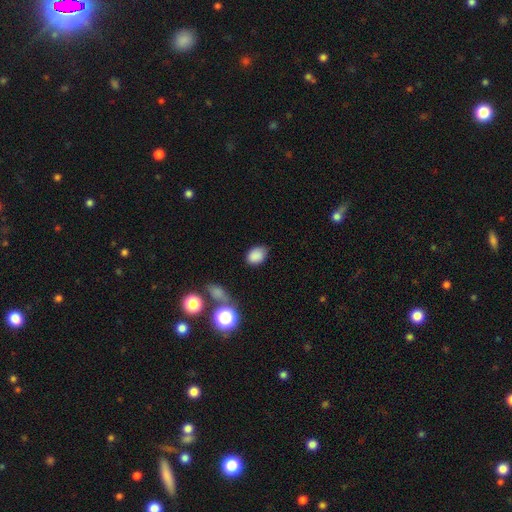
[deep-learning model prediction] The model was most divided on "merging": none: 71%, minor disturbance: 21%, major disturbance: 5%, merger: 4%. More confident: smooth or featured — smooth (84%); how rounded — in between (76%).